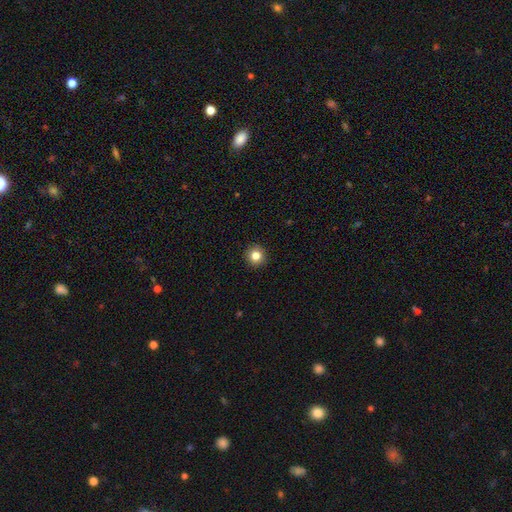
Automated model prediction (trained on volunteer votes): A smooth galaxy with no disk features (82%) that is round (94%). Merging: none (93%).